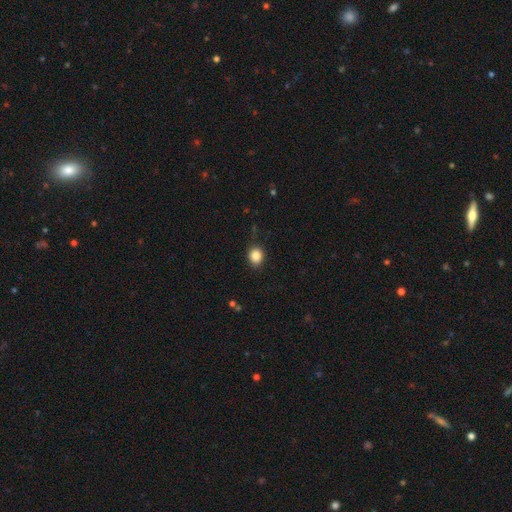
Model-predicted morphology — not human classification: This appears to be a smooth galaxy with no disk features (86%) that is round (70%). Merging: none (85%).